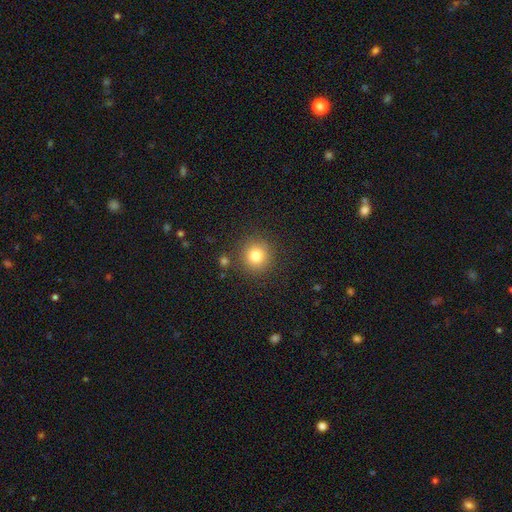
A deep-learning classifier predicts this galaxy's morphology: A smooth galaxy with no disk features (82%) that is round (89%).

Vote fractions:
- Smooth or featured? smooth: 82% / star or artifact: 11% / featured or disk: 7%
- How rounded? round: 89% / in between: 10% / cigar-shaped: 1%
- Merging? none: 86% / minor disturbance: 8% / major disturbance: 3% / merger: 3%